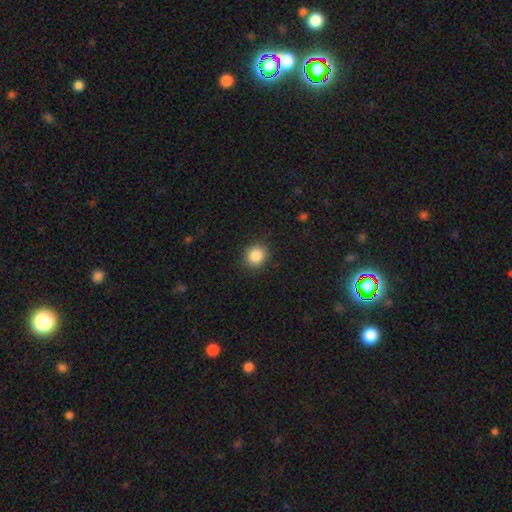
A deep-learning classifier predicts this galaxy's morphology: This is clearly a smooth galaxy (87%). How rounded: clearly round (80%). Merging: clearly none (89%).